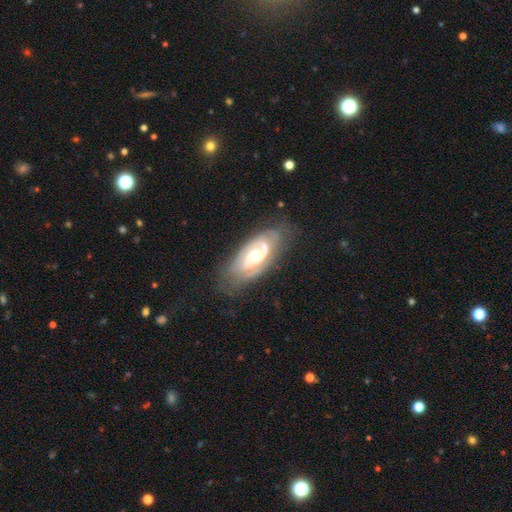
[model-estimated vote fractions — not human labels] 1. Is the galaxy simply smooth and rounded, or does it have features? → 82% featured or disk, 13% smooth, 5% star or artifact.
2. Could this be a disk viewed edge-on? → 93% no, 7% yes.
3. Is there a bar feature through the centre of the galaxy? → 55% no, 33% weak, 12% strong.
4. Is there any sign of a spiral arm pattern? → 90% yes, 10% no.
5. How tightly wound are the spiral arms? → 50% tight, 38% medium, 12% loose.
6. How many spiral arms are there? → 66% 2, 18% can't tell, 6% 1, 6% 3, 2% 4, 2% more than 4.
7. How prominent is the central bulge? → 65% moderate, 16% small, 15% large, 2% none, 1% dominant.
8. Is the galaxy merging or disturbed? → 69% none, 20% minor disturbance, 9% major disturbance, 2% merger.